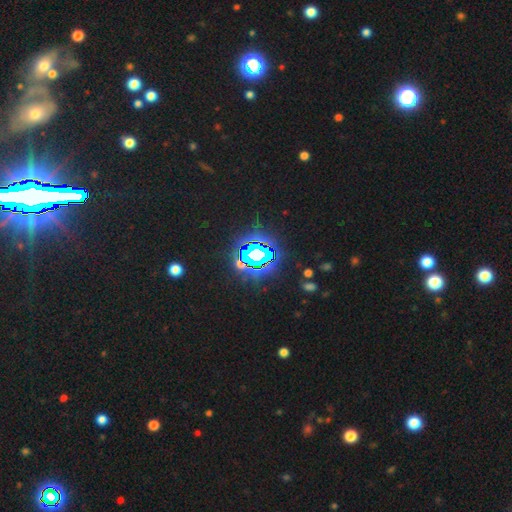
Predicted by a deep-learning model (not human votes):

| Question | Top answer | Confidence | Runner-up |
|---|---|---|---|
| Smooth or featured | star or artifact | 84% | smooth (9%) |